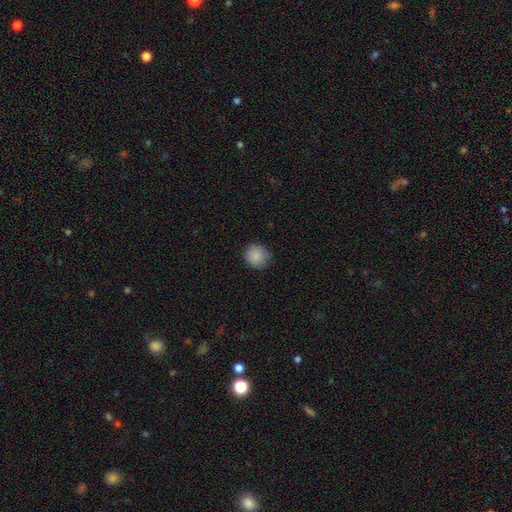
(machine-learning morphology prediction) smooth 87%, star or artifact 9%, featured or disk 4%. Down the decision tree: how rounded — round (88%); merging — none (87%).